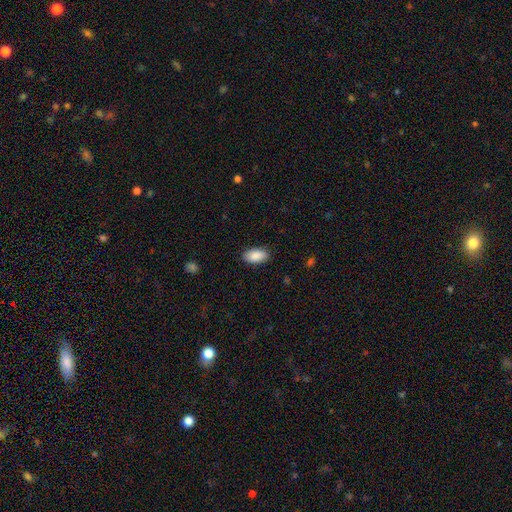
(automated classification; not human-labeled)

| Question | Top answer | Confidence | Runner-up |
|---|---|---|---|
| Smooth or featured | smooth | 89% | star or artifact (6%) |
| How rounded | in between | 94% | cigar-shaped (3%) |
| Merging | none | 88% | minor disturbance (9%) |